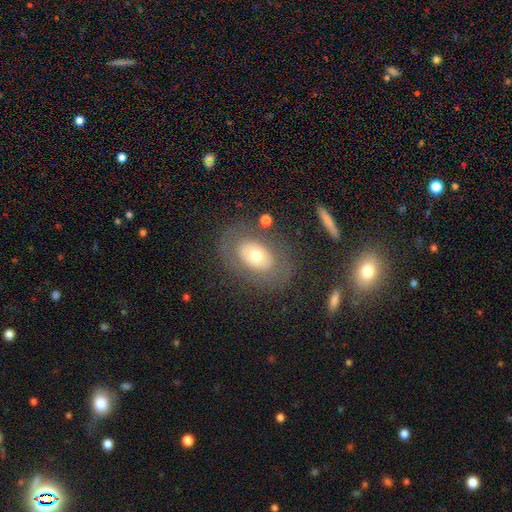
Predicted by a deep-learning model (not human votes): A smooth galaxy with no disk features (49%).

Vote fractions:
- Smooth or featured? smooth: 49% / featured or disk: 43% / star or artifact: 8%
- Merging? none: 75% / minor disturbance: 12% / major disturbance: 9% / merger: 3%